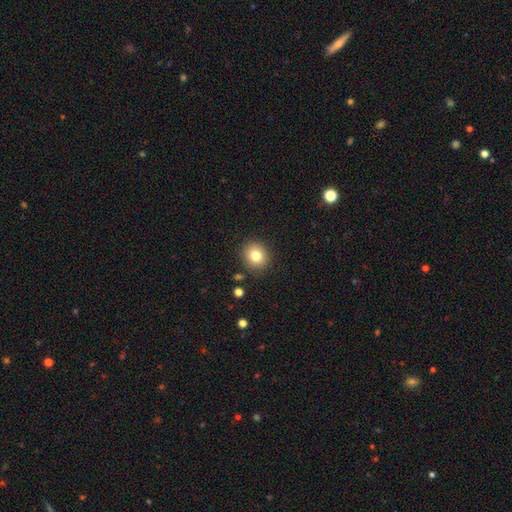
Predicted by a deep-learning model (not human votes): Smooth or featured: smooth — 80% (star or artifact — 11%)
How rounded: round — 80% (in between — 19%)
Merging: none — 87% (minor disturbance — 8%)